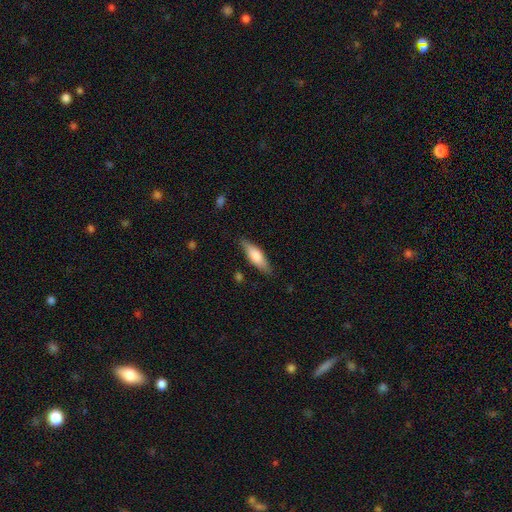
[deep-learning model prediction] smooth-or-featured: smooth: 71% | featured or disk: 23% | star or artifact: 6%
  how-rounded: in between: 49% (tied) | cigar-shaped: 49% (tied) | round: 2%
  merging: none: 82% | minor disturbance: 14% | major disturbance: 3% | merger: 1%